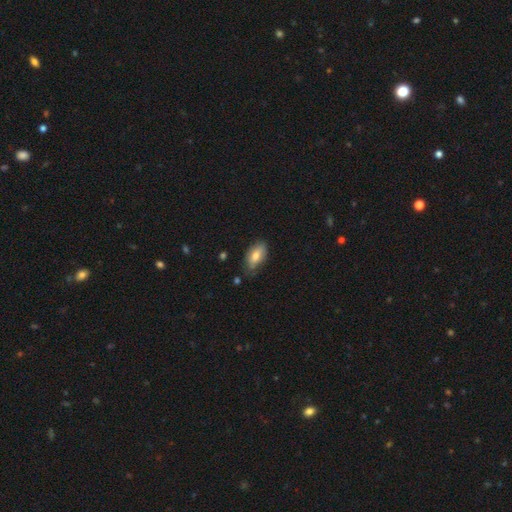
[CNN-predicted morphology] Smooth or featured? Predicted: smooth (p=0.71). How rounded? Predicted: in between (p=0.90). Merging? Predicted: none (p=0.66).